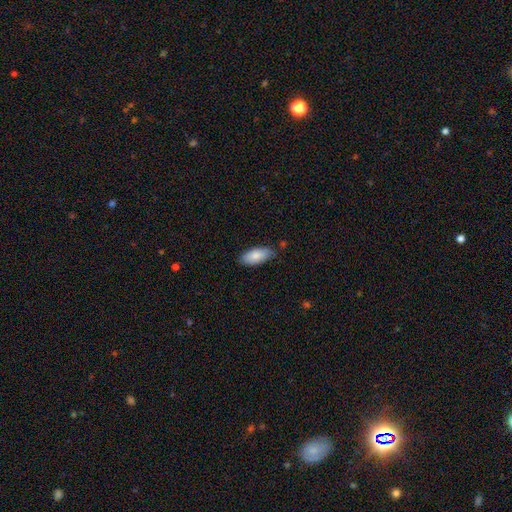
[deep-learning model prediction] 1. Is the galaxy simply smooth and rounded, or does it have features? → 85% smooth, 9% featured or disk, 6% star or artifact.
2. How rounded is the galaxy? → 88% in between, 11% cigar-shaped, 2% round.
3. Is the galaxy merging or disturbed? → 80% none, 15% minor disturbance, 2% major disturbance, 2% merger.